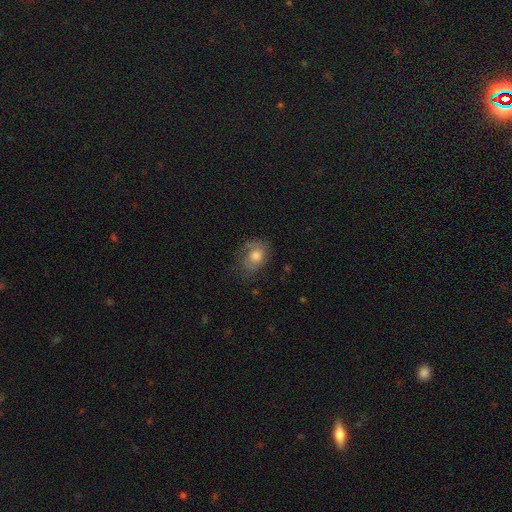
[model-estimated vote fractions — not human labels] This appears to be a featured or disk galaxy (54%) with no bar (78%), spiral arms (77%) and a moderate central bulge (56%). Merging: none (61%).